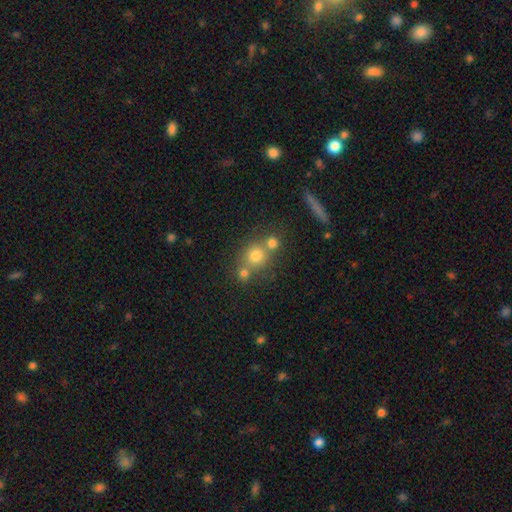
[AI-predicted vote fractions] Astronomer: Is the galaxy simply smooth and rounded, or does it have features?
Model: smooth — 72%.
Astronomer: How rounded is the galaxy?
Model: round — 85%.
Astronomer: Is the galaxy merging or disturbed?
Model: none — 52% (runner-up: merger, 36%).